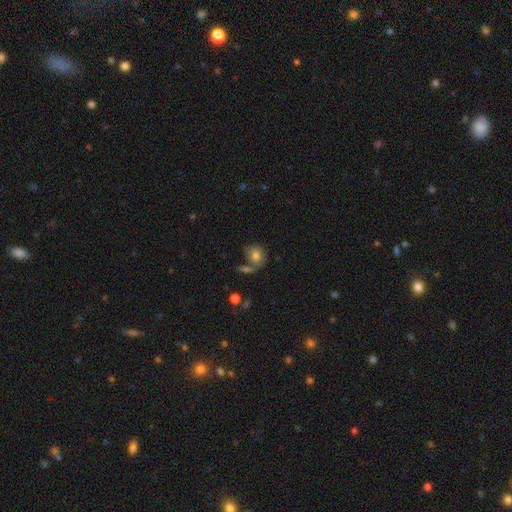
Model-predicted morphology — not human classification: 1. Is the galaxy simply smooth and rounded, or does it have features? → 76% smooth, 14% featured or disk, 10% star or artifact.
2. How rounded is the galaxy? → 63% round, 35% in between, 2% cigar-shaped.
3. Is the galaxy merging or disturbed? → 53% none, 23% merger, 17% minor disturbance, 7% major disturbance.